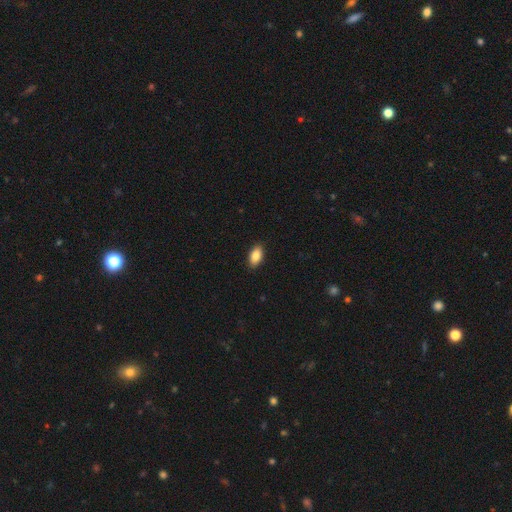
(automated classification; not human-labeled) Smooth or featured?
  - smooth: 86% *
  - star or artifact: 7%
  - featured or disk: 7%
How rounded?
  - in between: 93% *
  - round: 4%
  - cigar-shaped: 3%
Merging?
  - none: 89% *
  - minor disturbance: 8%
  - major disturbance: 2%
  - merger: 1%